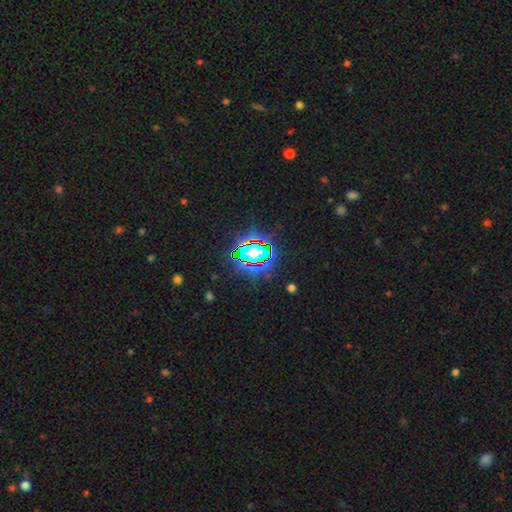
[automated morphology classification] Overall: star or artifact (71%).